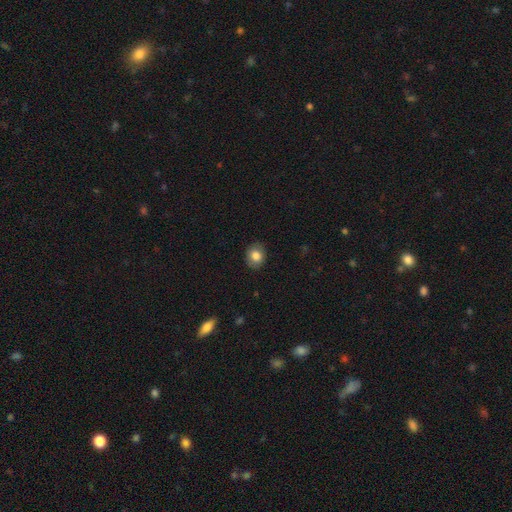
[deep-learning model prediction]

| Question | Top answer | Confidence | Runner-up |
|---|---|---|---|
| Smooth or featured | smooth | 82% | featured or disk (10%) |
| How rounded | round | 58% | in between (41%) |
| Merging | none | 86% | minor disturbance (11%) |